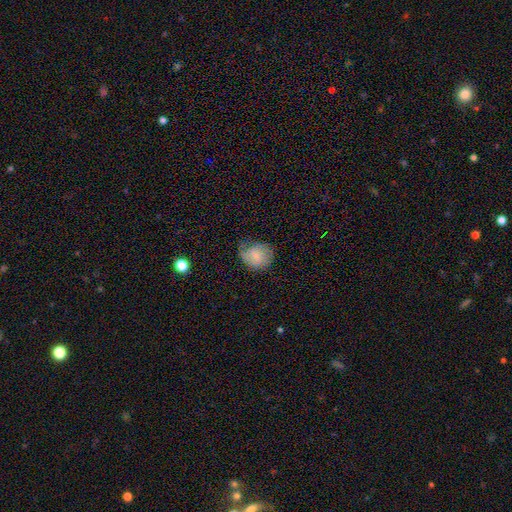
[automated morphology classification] Smooth or featured? Predicted: smooth (p=0.72). How rounded? Predicted: round (p=0.69). Merging? Predicted: none (p=0.52).